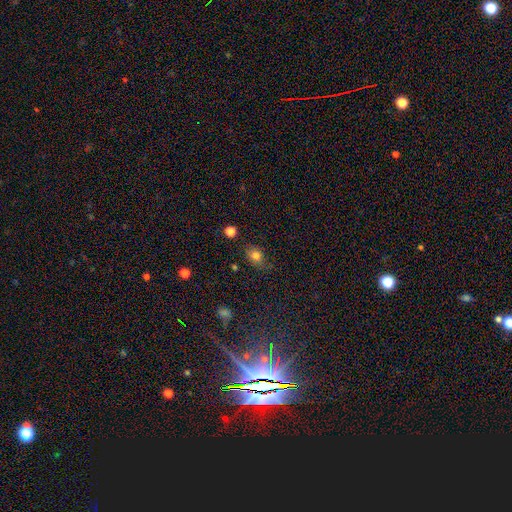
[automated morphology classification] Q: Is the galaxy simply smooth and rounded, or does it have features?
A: smooth — 78%.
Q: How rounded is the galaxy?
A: in between — 64%.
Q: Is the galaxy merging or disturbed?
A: none — 73%.